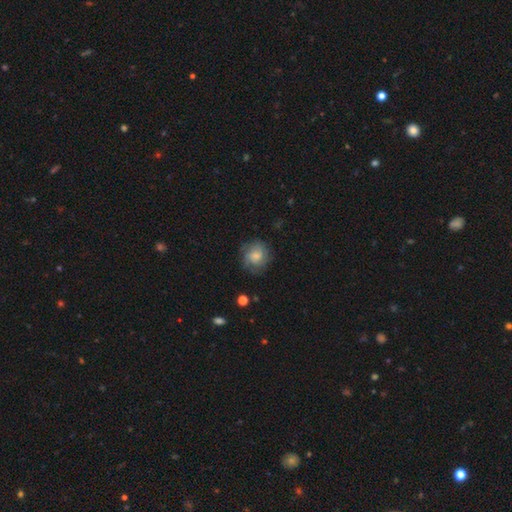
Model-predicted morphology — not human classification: This is possibly a smooth galaxy (59%). How rounded: clearly round (81%). Merging: likely none (69%).